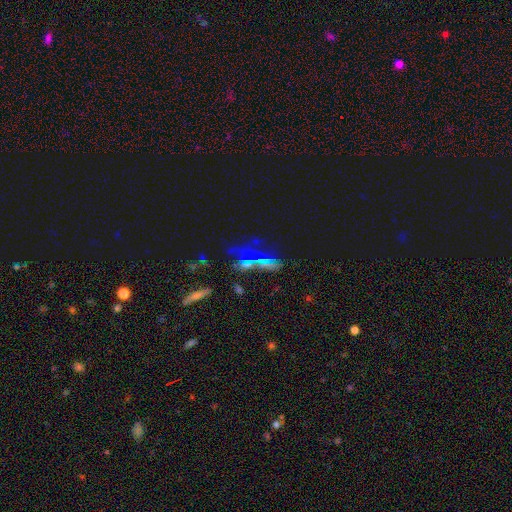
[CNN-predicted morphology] A star or artifact, not a galaxy (59%).

Vote fractions:
- Smooth or featured? star or artifact: 59% / smooth: 24% / featured or disk: 18%